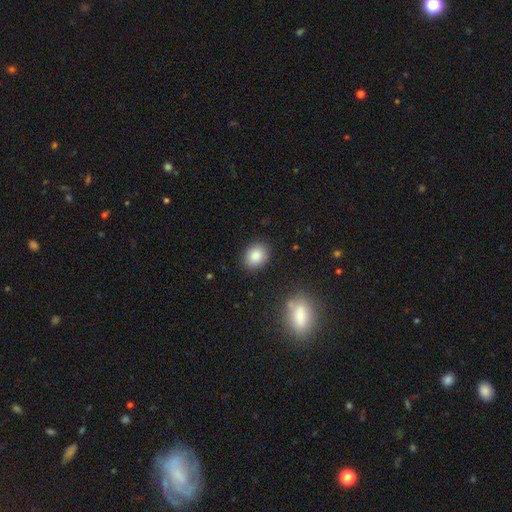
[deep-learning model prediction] This is clearly a smooth galaxy (86%). How rounded: possibly round (52%). Merging: clearly none (87%).